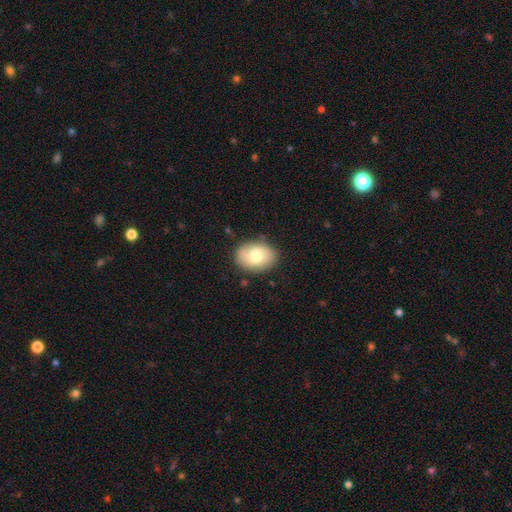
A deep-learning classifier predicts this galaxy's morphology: Smooth or featured? Predicted: smooth (p=0.73). How rounded? Predicted: in between (p=0.79). Merging? Predicted: none (p=0.81).